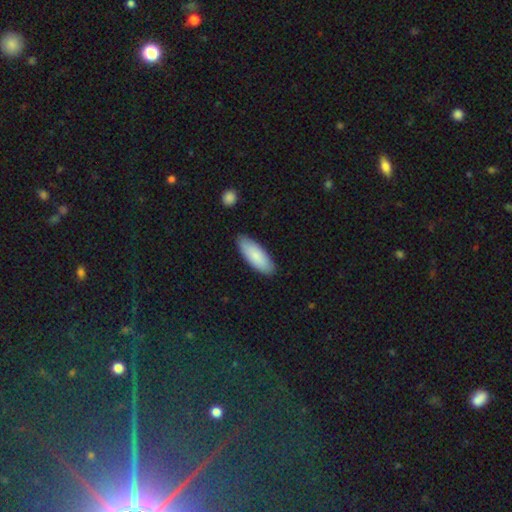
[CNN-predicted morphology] Q: Smooth or featured?
A: smooth (85%); runner-up: featured or disk (10%)
Q: How rounded?
A: in between (73%); runner-up: cigar-shaped (25%)
Q: Merging?
A: none (85%); runner-up: minor disturbance (12%)